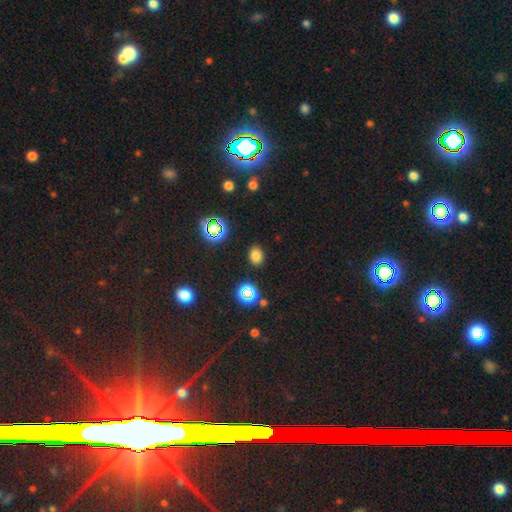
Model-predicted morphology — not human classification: A smooth galaxy with no disk features (73%) that is in between round and cigar-shaped (58%). Merging: none (87%).